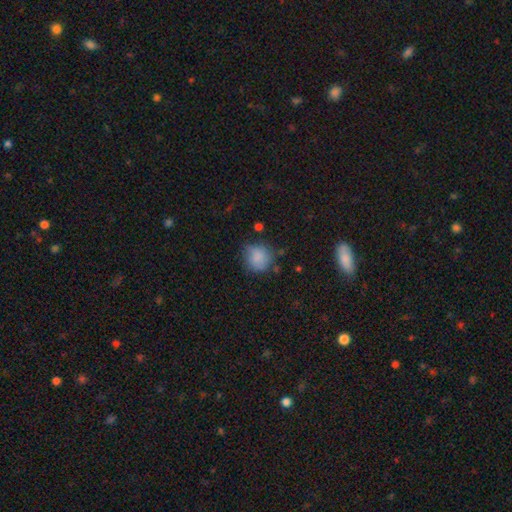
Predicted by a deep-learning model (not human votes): A smooth galaxy with no disk features (81%) that is round (81%). Merging: none (63%).